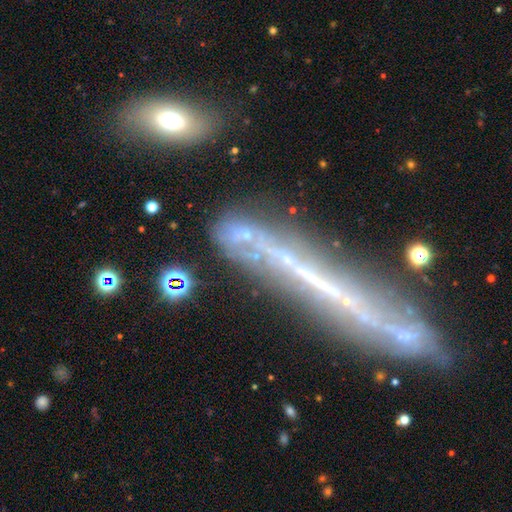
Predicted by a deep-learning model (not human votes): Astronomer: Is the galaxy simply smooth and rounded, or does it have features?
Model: featured or disk — 54%.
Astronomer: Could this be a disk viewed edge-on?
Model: yes — 59% (runner-up: no, 41%).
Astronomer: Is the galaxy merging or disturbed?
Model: none — 54%.